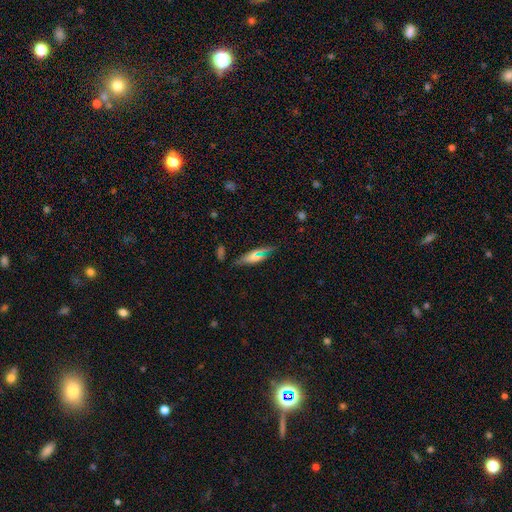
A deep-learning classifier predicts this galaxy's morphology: Q: Smooth or featured?
A: smooth (53%); runner-up: featured or disk (32%)
Q: How rounded?
A: cigar-shaped (55%); runner-up: in between (41%)
Q: Merging?
A: none (78%); runner-up: minor disturbance (15%)